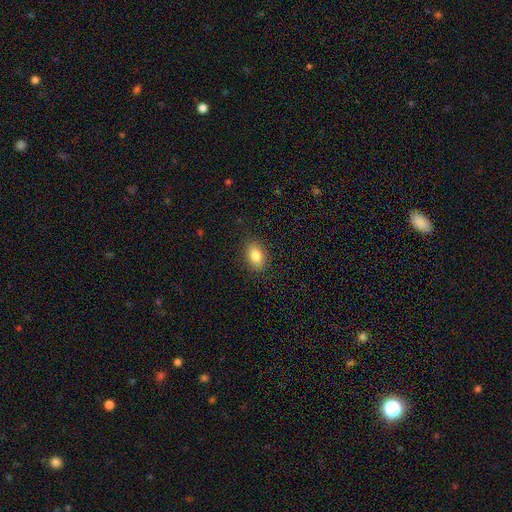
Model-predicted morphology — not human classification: Smooth or featured? Predicted: smooth (p=0.83). How rounded? Predicted: in between (p=0.83). Merging? Predicted: none (p=0.87).